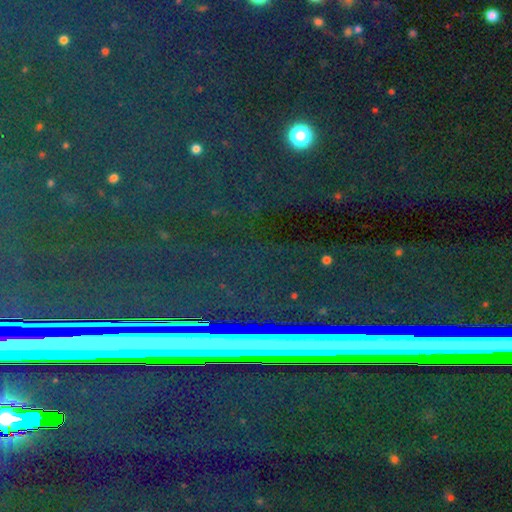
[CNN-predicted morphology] Smooth or featured?
  - star or artifact: 74% *
  - smooth: 14%
  - featured or disk: 12%